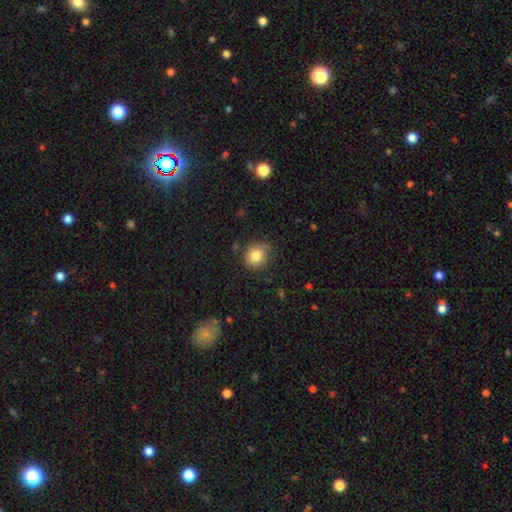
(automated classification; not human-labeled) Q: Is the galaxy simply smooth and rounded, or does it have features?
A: smooth — 83%.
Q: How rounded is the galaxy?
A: round — 86%.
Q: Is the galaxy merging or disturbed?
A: none — 74%.